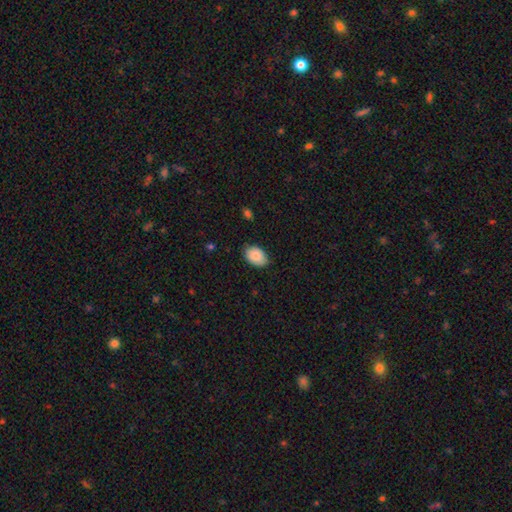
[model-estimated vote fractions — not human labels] Overall: smooth (88%). How rounded: in between (86%). Merging: none (82%).